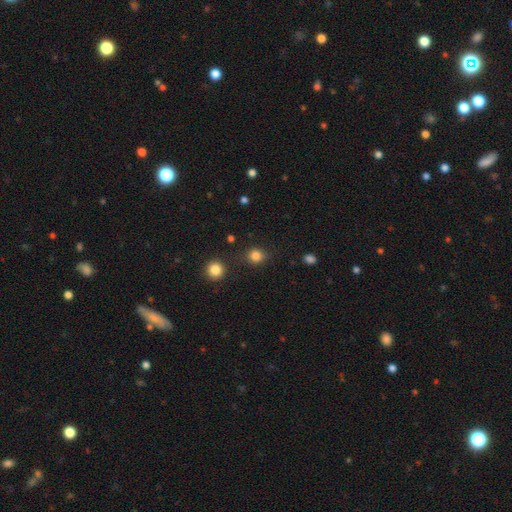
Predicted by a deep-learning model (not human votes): This is clearly a smooth galaxy (83%). How rounded: clearly round (82%). Merging: clearly none (82%).